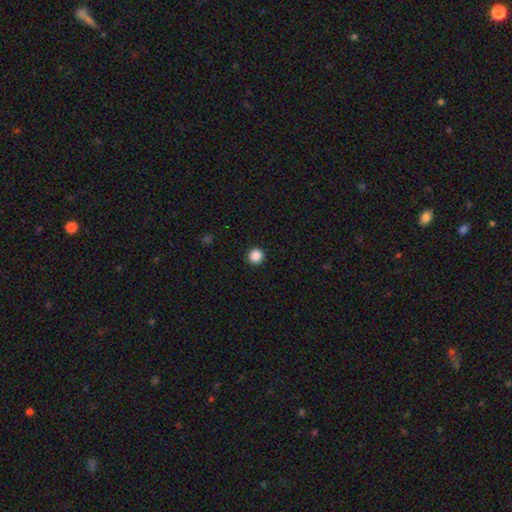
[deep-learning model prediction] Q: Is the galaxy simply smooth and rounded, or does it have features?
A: smooth — 87%.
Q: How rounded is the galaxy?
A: round — 96%.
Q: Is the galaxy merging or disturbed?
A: none — 94%.